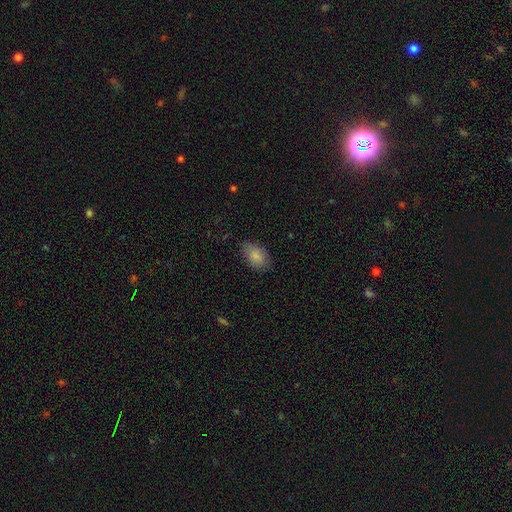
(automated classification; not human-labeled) The model was most divided on "merging": none: 76%, minor disturbance: 19%, major disturbance: 4%, merger: 1%. More confident: how rounded — in between (90%); smooth or featured — smooth (87%).